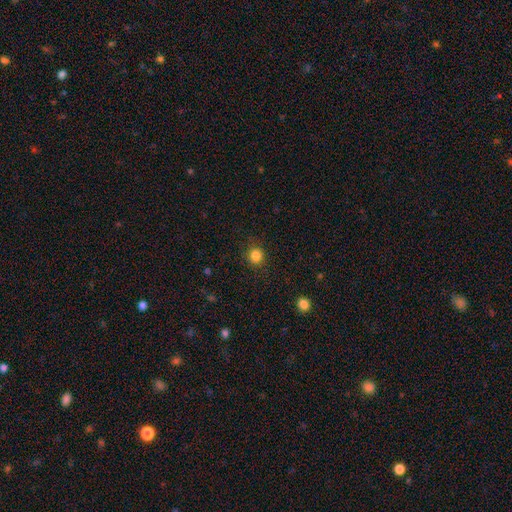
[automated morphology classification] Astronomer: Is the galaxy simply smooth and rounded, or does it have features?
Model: smooth — 84%.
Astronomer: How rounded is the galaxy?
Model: round — 89%.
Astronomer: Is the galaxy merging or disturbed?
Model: none — 88%.